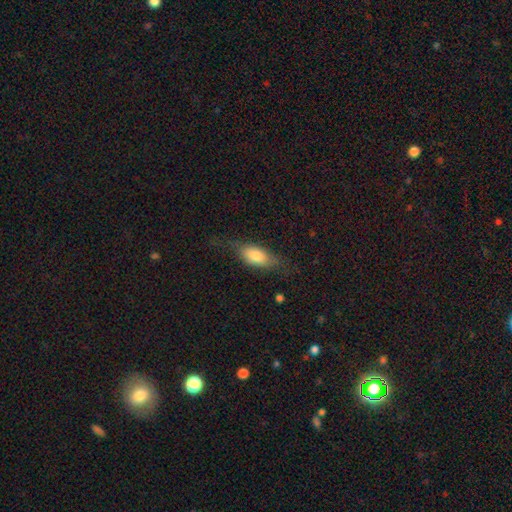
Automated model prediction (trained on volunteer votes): A smooth galaxy with no disk features (72%) that is in between round and cigar-shaped (81%). Merging: none (58%).